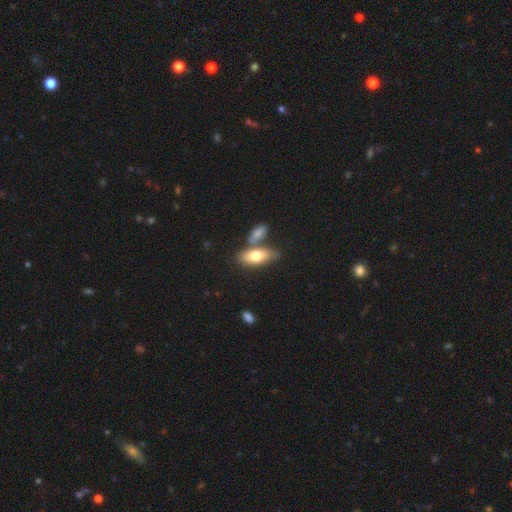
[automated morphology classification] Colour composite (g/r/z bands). It shows a smooth galaxy with no disk features (72%) that is in between round and cigar-shaped (81%). Merging: none (51%).